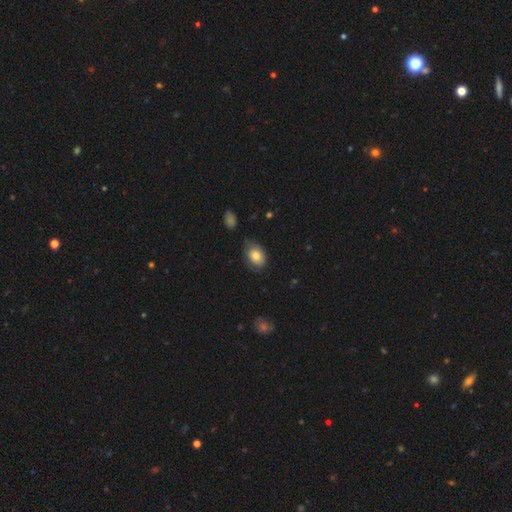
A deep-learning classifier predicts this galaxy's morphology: This appears to be a smooth galaxy with no disk features (78%) that is in between round and cigar-shaped (80%). Merging: none (62%).